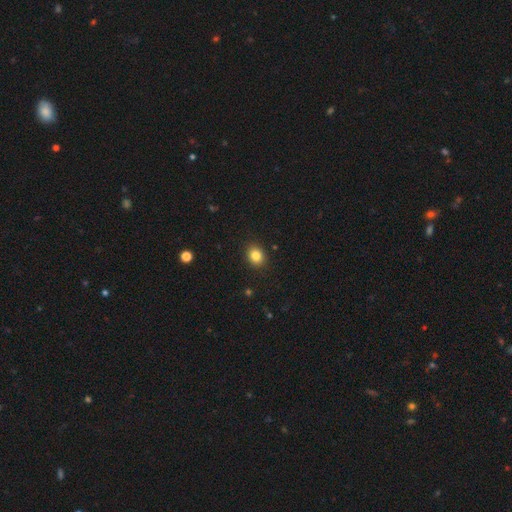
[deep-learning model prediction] Smooth or featured: smooth — 84% (star or artifact — 11%)
How rounded: round — 59% (in between — 41%)
Merging: none — 90% (minor disturbance — 7%)